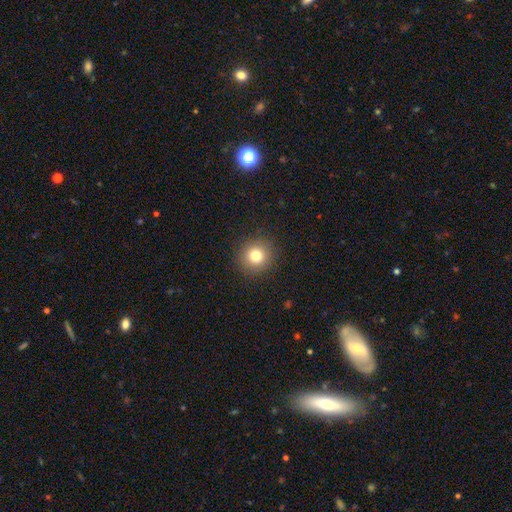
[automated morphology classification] Smooth or featured: smooth — 79% (star or artifact — 12%)
How rounded: round — 92% (in between — 8%)
Merging: none — 90% (minor disturbance — 6%)